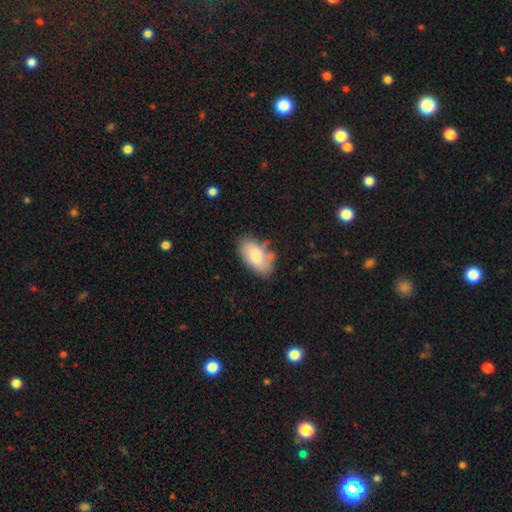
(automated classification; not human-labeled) Smooth or featured?
  - smooth: 74% *
  - featured or disk: 20%
  - star or artifact: 6%
How rounded?
  - in between: 94% *
  - round: 4%
  - cigar-shaped: 2%
Merging?
  - none: 66% *
  - minor disturbance: 23%
  - major disturbance: 6%
  - merger: 5%